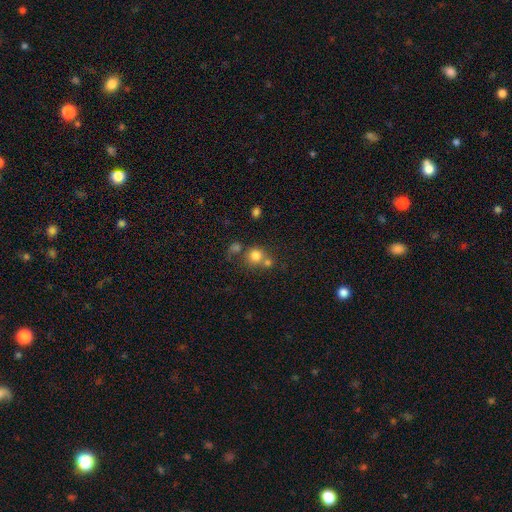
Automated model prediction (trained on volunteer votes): Smooth or featured? smooth (77%)
How rounded? round (88%)
Merging? none (48%)